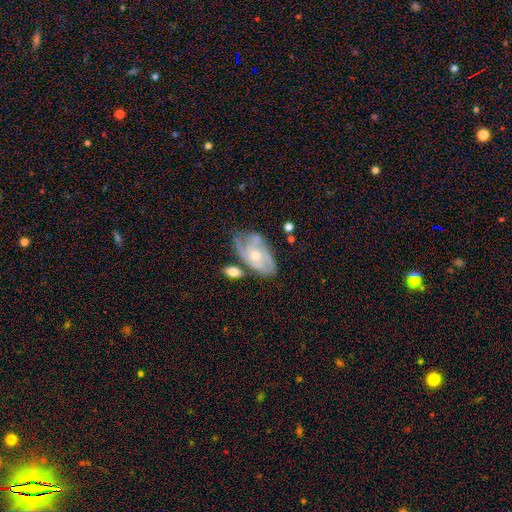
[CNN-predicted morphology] featured or disk 76%, smooth 18%, star or artifact 6%. Down the decision tree: edge-on disk — no (95%); bar — no (74%); spiral arms — yes (88%); spiral arm count — can't tell (32%); spiral winding — tight (51%); bulge size — moderate (49%); merging — none (51%).